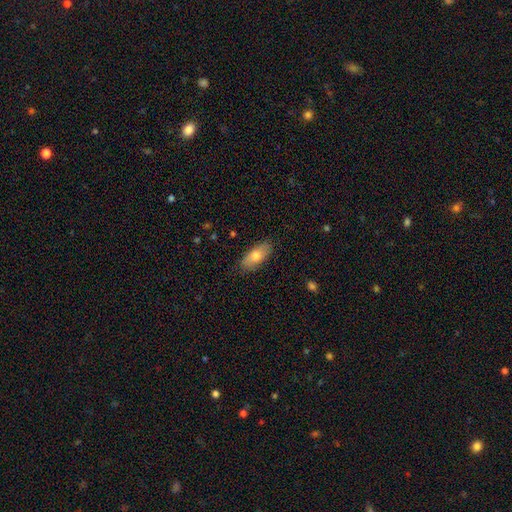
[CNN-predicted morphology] type=smooth (75%); roundness=in between (83%); merging=none (86%).